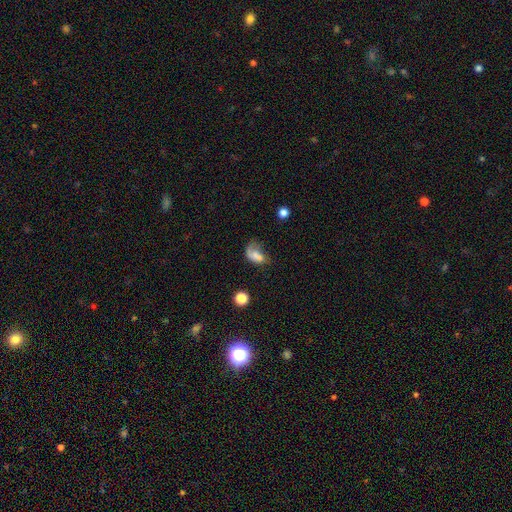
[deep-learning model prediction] Q: Smooth or featured?
A: smooth (57%); runner-up: featured or disk (32%)
Q: How rounded?
A: in between (83%); runner-up: round (14%)
Q: Merging?
A: major disturbance (39%); runner-up: none (27%)